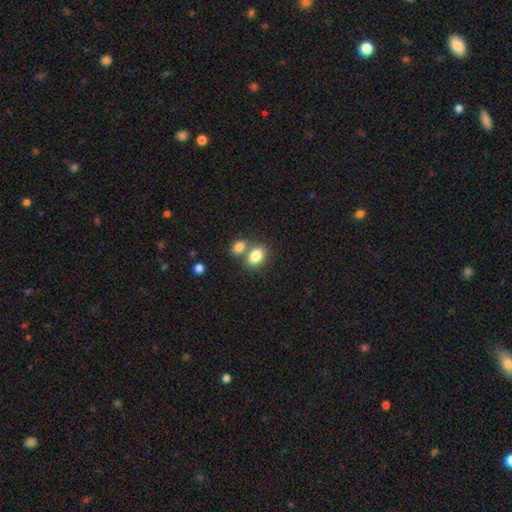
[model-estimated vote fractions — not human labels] smooth-or-featured: smooth: 83% | star or artifact: 9% | featured or disk: 8%
  how-rounded: in between: 81% | round: 18% | cigar-shaped: 1%
  merging: none: 45% | merger: 43% | minor disturbance: 9% | major disturbance: 3%